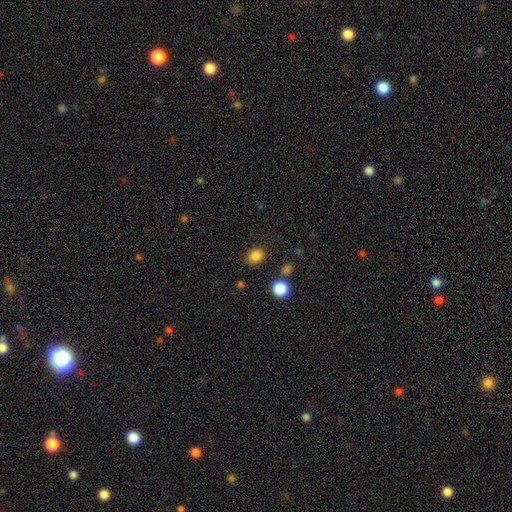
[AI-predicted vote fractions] A smooth galaxy with no disk features (84%) that is in between round and cigar-shaped (57%).

Vote fractions:
- Smooth or featured? smooth: 84% / star or artifact: 11% / featured or disk: 5%
- How rounded? in between: 57% / round: 42% / cigar-shaped: 1%
- Merging? none: 81% / minor disturbance: 13% / major disturbance: 4% / merger: 3%